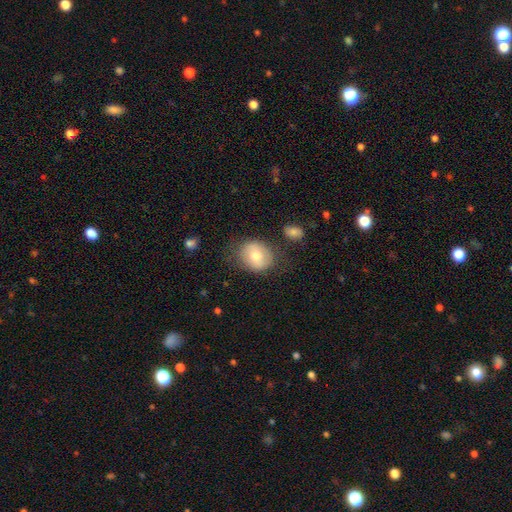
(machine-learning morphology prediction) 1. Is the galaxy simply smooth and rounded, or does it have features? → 68% smooth, 24% featured or disk, 8% star or artifact.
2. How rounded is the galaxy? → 59% round, 40% in between, 1% cigar-shaped.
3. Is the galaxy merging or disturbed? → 73% none, 18% minor disturbance, 6% major disturbance, 3% merger.